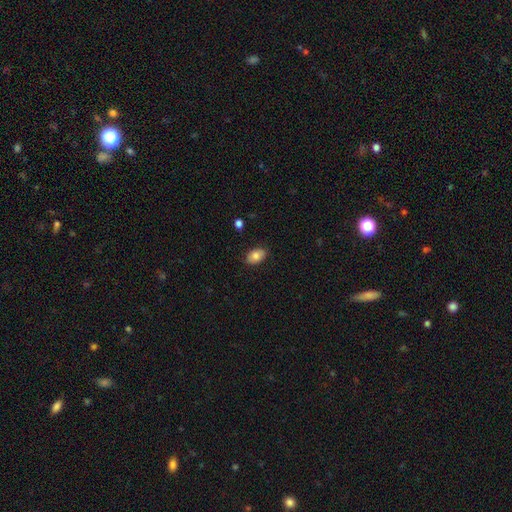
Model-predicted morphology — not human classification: The model was most divided on "smooth or featured": smooth: 81%, featured or disk: 12%, star or artifact: 8%. More confident: how rounded — in between (88%); merging — none (85%).